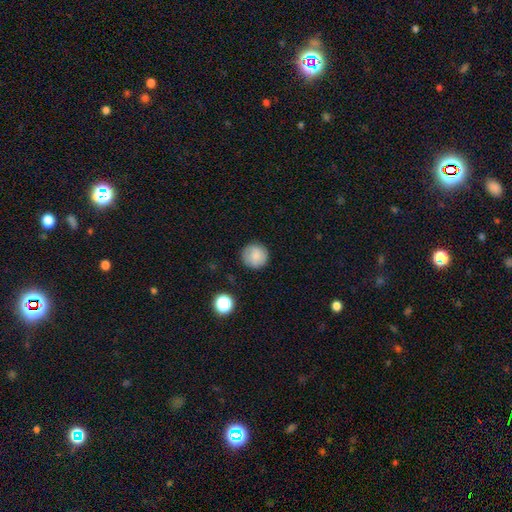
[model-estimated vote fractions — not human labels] Smooth or featured? smooth (83%)
How rounded? round (95%)
Merging? none (88%)